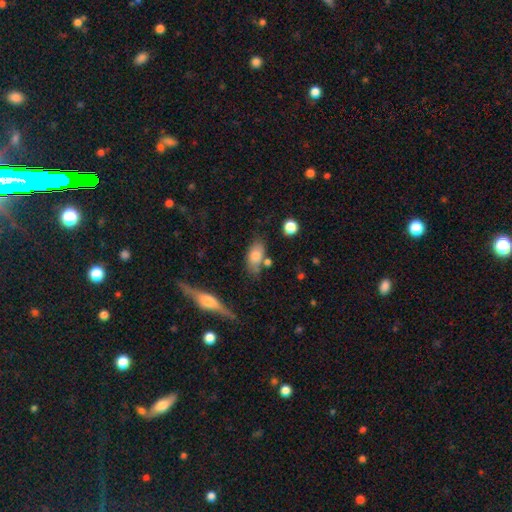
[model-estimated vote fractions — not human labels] Morphology: type=smooth (77%); roundness=in between (88%); merging=none (63%).